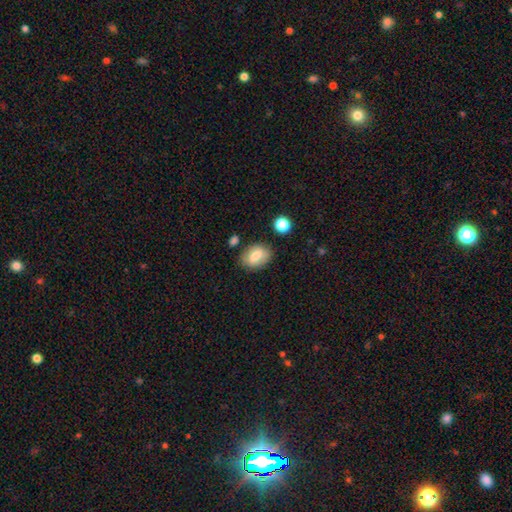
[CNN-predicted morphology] The model was most divided on "smooth or featured": smooth: 74%, featured or disk: 18%, star or artifact: 8%. More confident: how rounded — in between (79%); merging — none (77%).